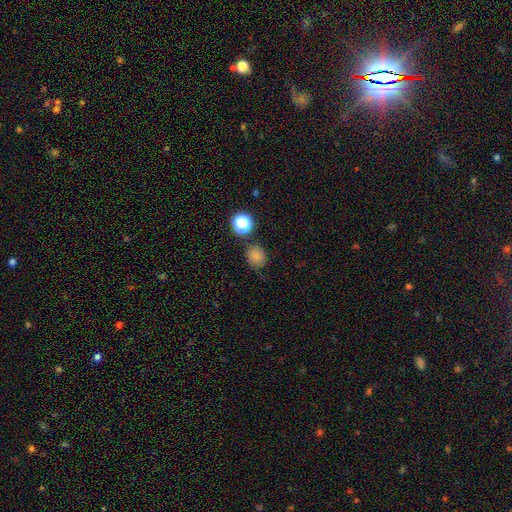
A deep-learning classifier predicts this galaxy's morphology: smooth_or_featured: smooth (p=0.77) [alt: star or artifact p=0.17]
how_rounded: round (p=0.78) [alt: in between p=0.21]
merging: none (p=0.75) [alt: minor disturbance p=0.15]